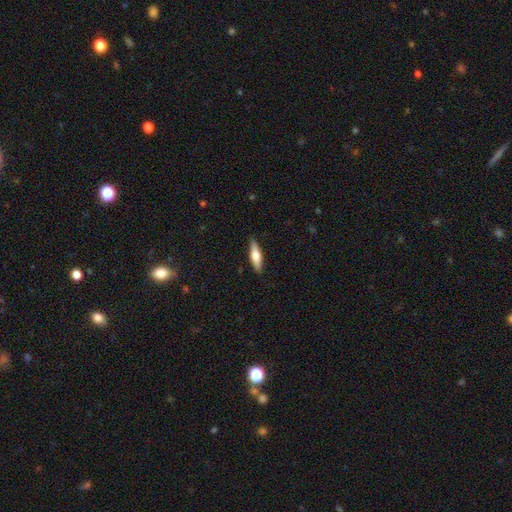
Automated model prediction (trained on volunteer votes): Smooth or featured?
  - smooth: 59% *
  - featured or disk: 36%
  - star or artifact: 5%
How rounded?
  - cigar-shaped: 67% *
  - in between: 31%
  - round: 2%
Merging?
  - none: 89% *
  - minor disturbance: 9%
  - major disturbance: 2%
  - merger: 1%